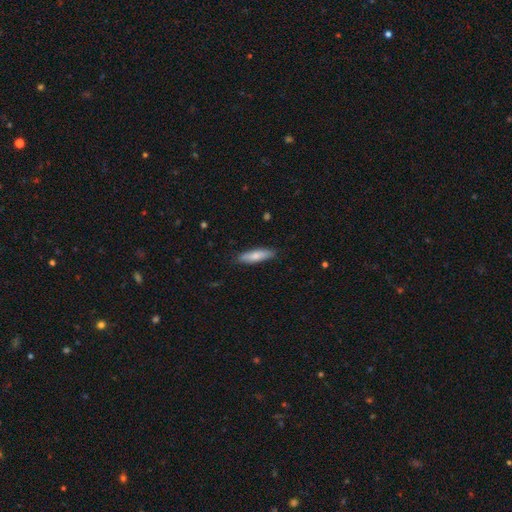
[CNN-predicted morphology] smooth 73%, featured or disk 22%, star or artifact 6%. Down the decision tree: how rounded — cigar-shaped (64%); merging — none (86%).